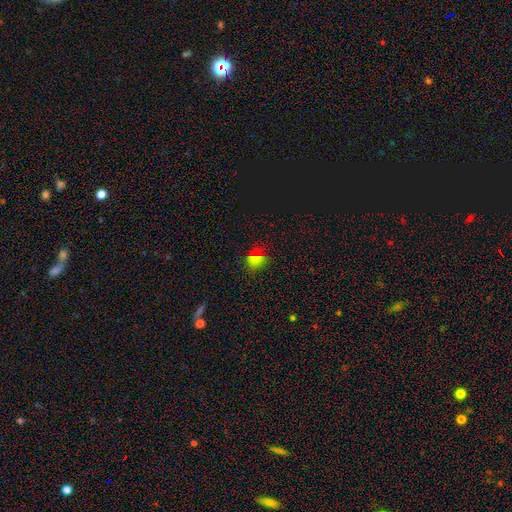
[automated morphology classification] This appears to be a smooth galaxy with no disk features (63%) that is round (53%). Merging: none (80%).